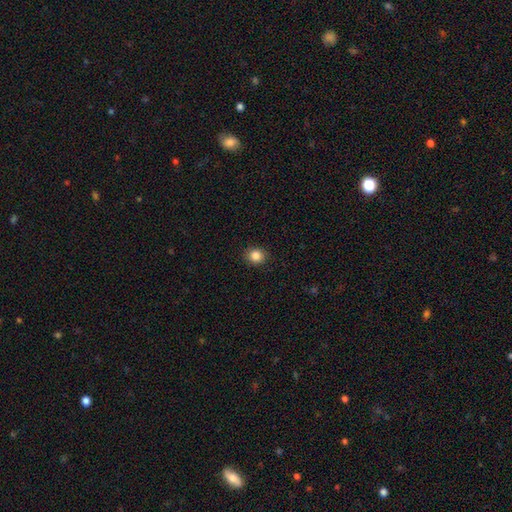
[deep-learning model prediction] This appears to be a smooth galaxy with no disk features (85%) that is round (75%). Merging: none (90%).